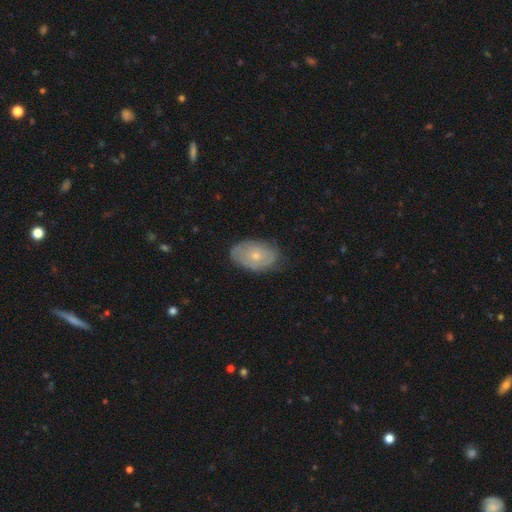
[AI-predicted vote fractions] Smooth or featured? smooth (49%)
Merging? none (72%)